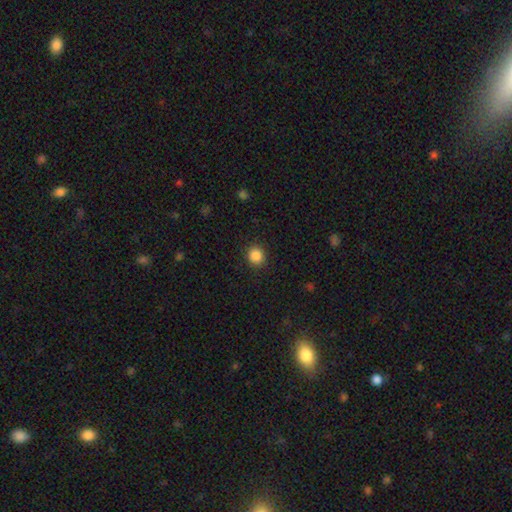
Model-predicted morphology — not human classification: type=smooth (87%); roundness=round (86%); merging=none (90%).